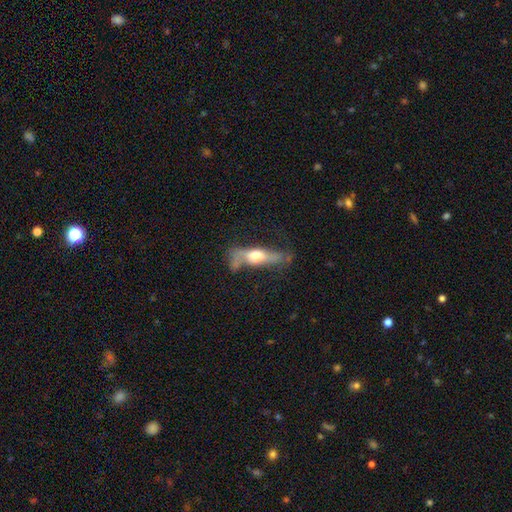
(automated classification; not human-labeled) This appears to be a featured or disk galaxy (52%) viewed edge-on (70%). Merging: none (43%).